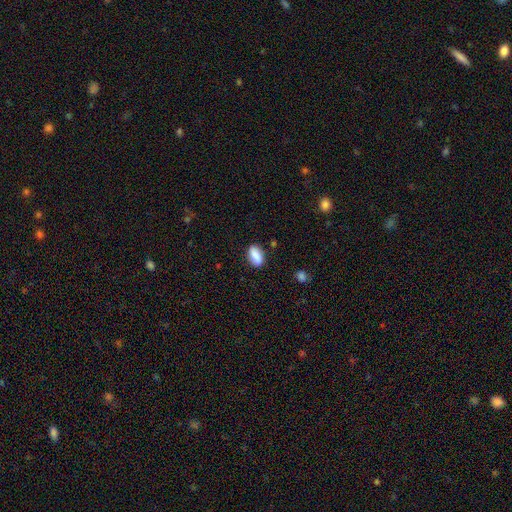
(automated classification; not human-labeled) Smooth or featured?
  - smooth: 84% *
  - featured or disk: 9%
  - star or artifact: 7%
How rounded?
  - in between: 83% *
  - cigar-shaped: 10%
  - round: 6%
Merging?
  - none: 84% *
  - minor disturbance: 11%
  - major disturbance: 3%
  - merger: 2%